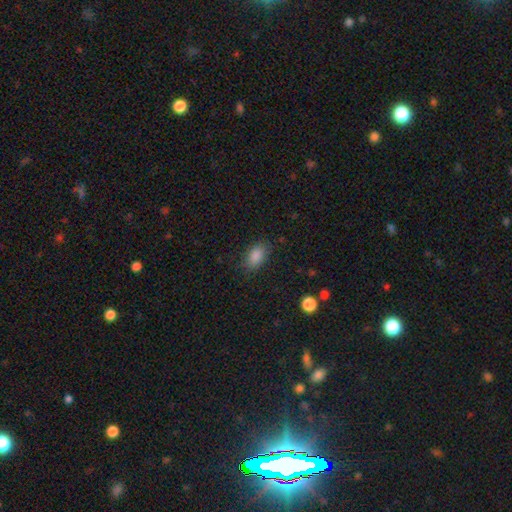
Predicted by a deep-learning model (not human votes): Q: Smooth or featured?
A: smooth (86%); runner-up: star or artifact (9%)
Q: How rounded?
A: in between (90%); runner-up: round (8%)
Q: Merging?
A: none (84%); runner-up: minor disturbance (12%)